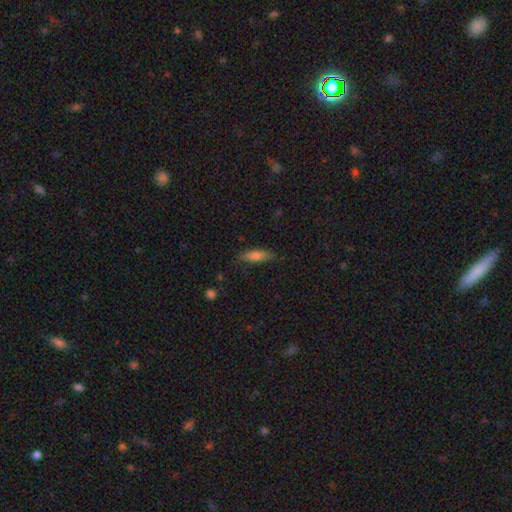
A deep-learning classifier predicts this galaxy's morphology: Q: Smooth or featured?
A: smooth (78%); runner-up: featured or disk (15%)
Q: How rounded?
A: cigar-shaped (50%); runner-up: in between (48%)
Q: Merging?
A: none (80%); runner-up: minor disturbance (15%)